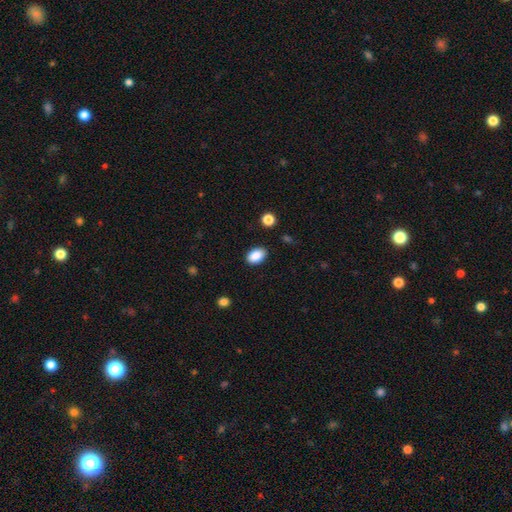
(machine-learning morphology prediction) A smooth galaxy with no disk features (89%) that is in between round and cigar-shaped (88%).

Vote fractions:
- Smooth or featured? smooth: 89% / star or artifact: 8% / featured or disk: 4%
- How rounded? in between: 88% / round: 11% / cigar-shaped: 1%
- Merging? none: 88% / minor disturbance: 9% / major disturbance: 2% / merger: 1%